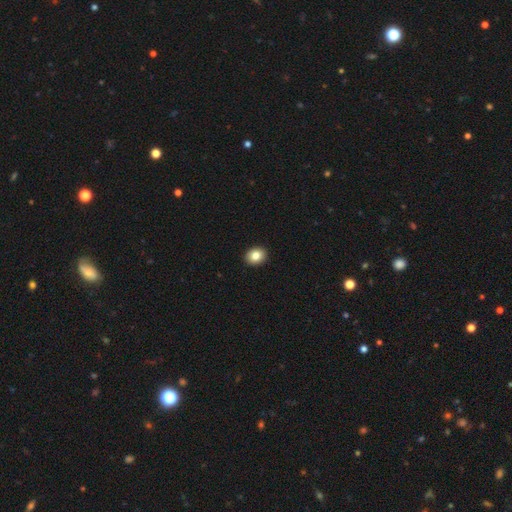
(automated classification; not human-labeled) Smooth or featured? smooth (84%)
How rounded? round (58%)
Merging? none (92%)